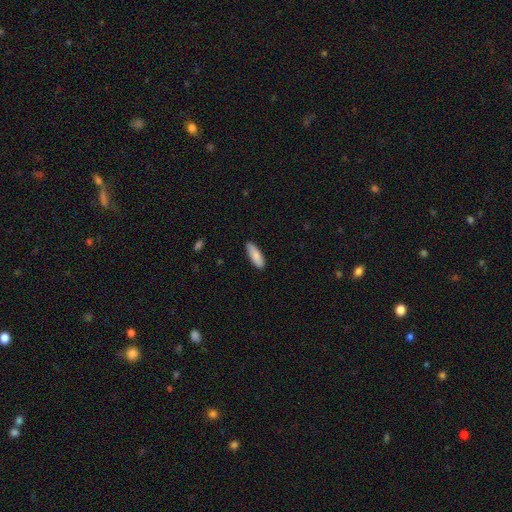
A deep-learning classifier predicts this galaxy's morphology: A smooth galaxy with no disk features (87%) that is in between round and cigar-shaped (61%). Merging: none (87%).